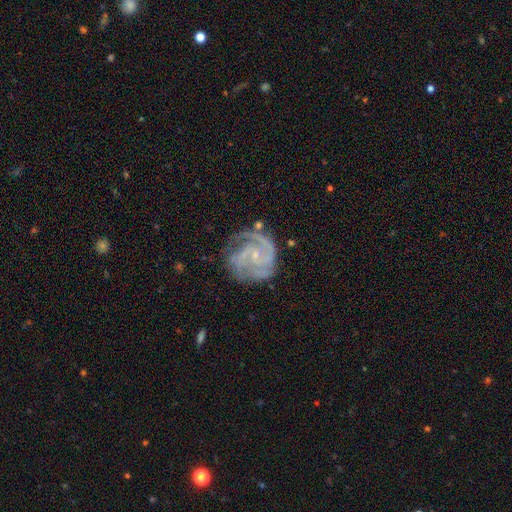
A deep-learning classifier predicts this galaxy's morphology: This appears to be a featured or disk galaxy (90%) with no bar (65%), 3 (41%) tight (57%) spiral arms (98%) and a small central bulge (81%). Merging: none (65%).